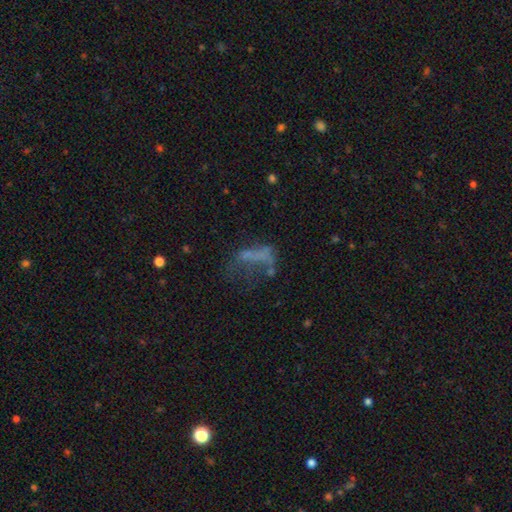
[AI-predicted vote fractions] Smooth or featured? Predicted: smooth (p=0.40). Merging? Predicted: major disturbance (p=0.42).